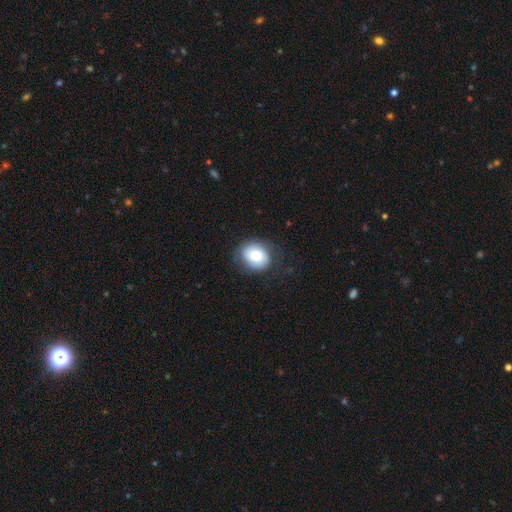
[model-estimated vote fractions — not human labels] Overall: smooth (72%). How rounded: round (63%; in between 37%). Merging: none (69%).